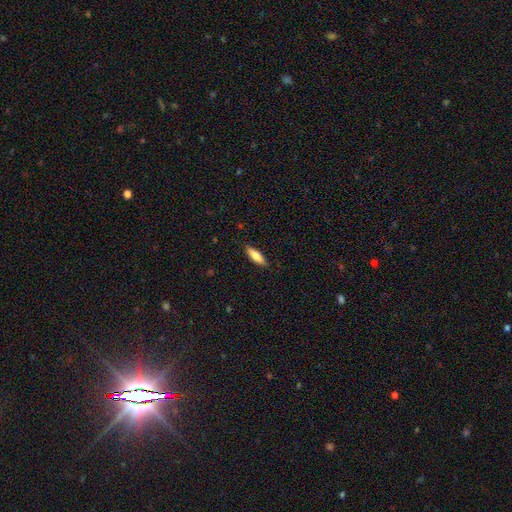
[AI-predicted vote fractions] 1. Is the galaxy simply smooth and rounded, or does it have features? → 76% smooth, 18% featured or disk, 6% star or artifact.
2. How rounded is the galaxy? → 49% in between (tied), 49% cigar-shaped (tied), 2% round.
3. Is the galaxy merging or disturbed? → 86% none, 11% minor disturbance, 2% major disturbance, 1% merger.